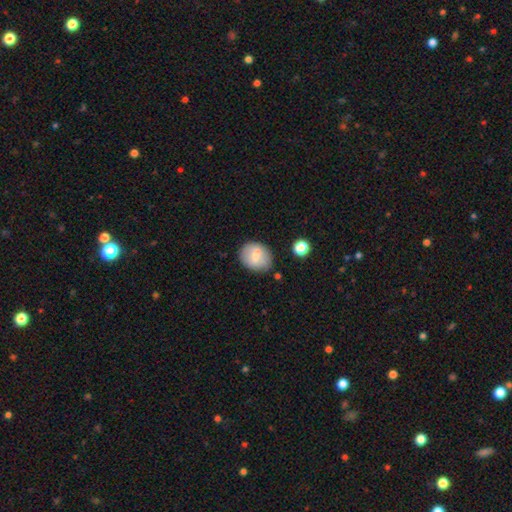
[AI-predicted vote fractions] A smooth galaxy with no disk features (67%) that is round (53%).

Vote fractions:
- Smooth or featured? smooth: 67% / featured or disk: 25% / star or artifact: 9%
- How rounded? round: 53% / in between: 46% / cigar-shaped: 1%
- Merging? none: 73% / minor disturbance: 16% / merger: 8% / major disturbance: 4%